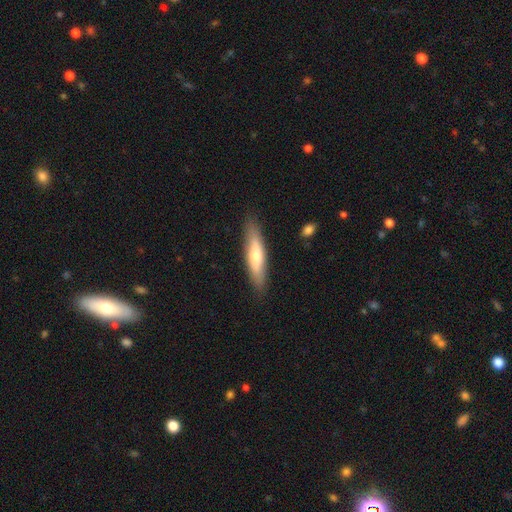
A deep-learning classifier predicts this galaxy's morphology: smooth_or_featured: smooth (p=0.56) [alt: featured or disk p=0.38]
how_rounded: cigar-shaped (p=0.78) [alt: in between p=0.20]
merging: none (p=0.87) [alt: minor disturbance p=0.10]